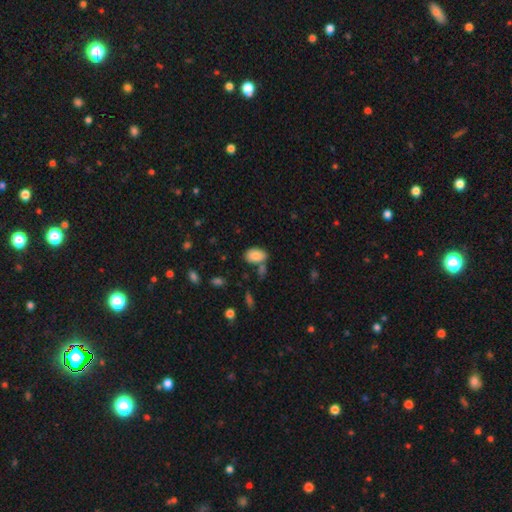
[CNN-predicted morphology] Smooth or featured? smooth (86%)
How rounded? in between (91%)
Merging? none (66%)